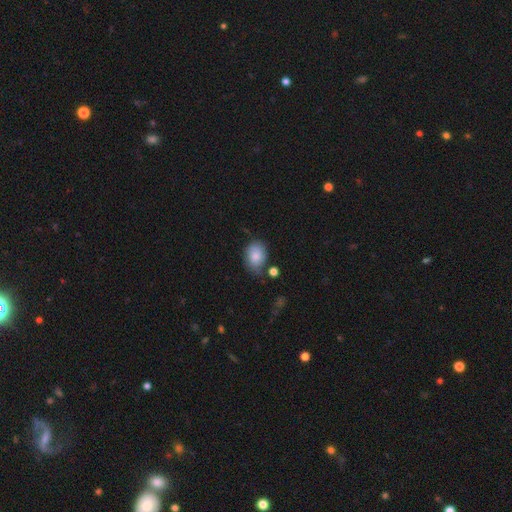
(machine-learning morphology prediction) This appears to be a smooth galaxy with no disk features (80%) that is in between round and cigar-shaped (71%). Merging: none (59%).